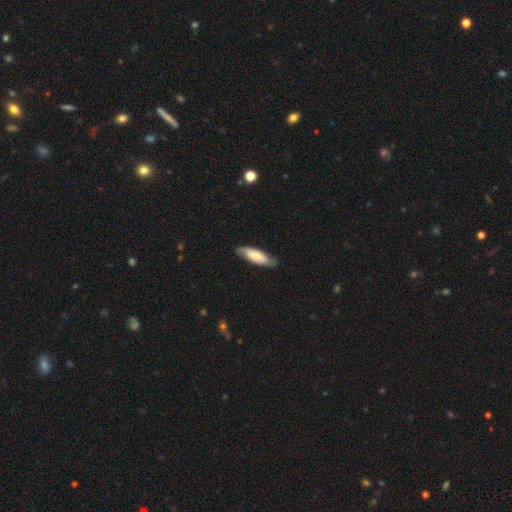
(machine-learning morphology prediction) The model was most divided on "how rounded": cigar-shaped: 50%, in between: 48%, round: 2%. More confident: merging — none (78%); smooth or featured — smooth (59%).